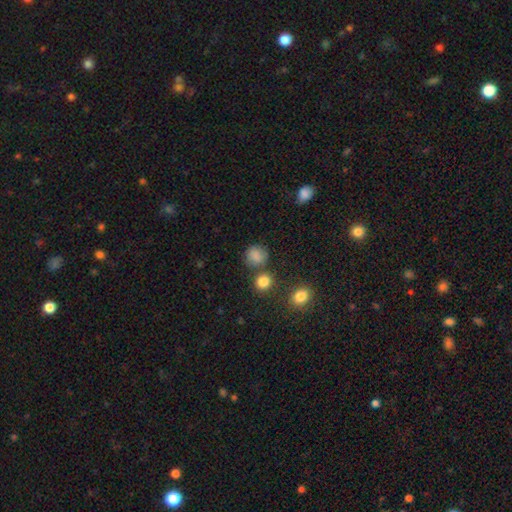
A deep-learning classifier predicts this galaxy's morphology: type=smooth (84%); roundness=round (81%); merging=none (71%).